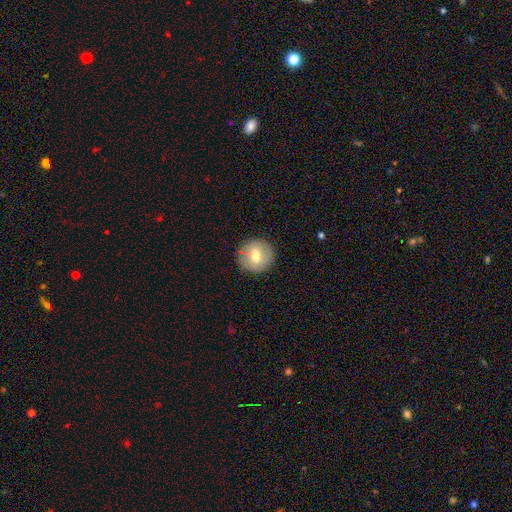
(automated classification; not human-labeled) The model was most divided on "smooth or featured": smooth: 67%, featured or disk: 25%, star or artifact: 8%. More confident: how rounded — round (93%); merging — none (87%).